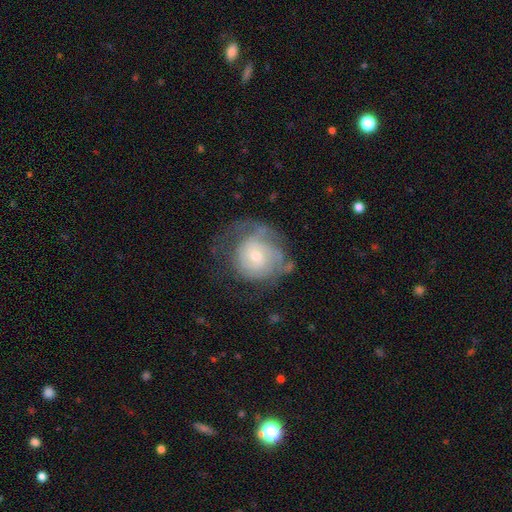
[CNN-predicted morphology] A featured or disk galaxy (69%) with no bar (71%), tight (60%) spiral arms (85%) and a small central bulge (58%).

Vote fractions:
- Smooth or featured? featured or disk: 69% / smooth: 23% / star or artifact: 7%
- Edge-on disk? no: 97% / yes: 3%
- Bar? no: 71% / weak: 25% / strong: 4%
- Spiral arms? yes: 85% / no: 15%
- Spiral winding? tight: 60% / medium: 29% / loose: 11%
- Spiral arm count? can't tell: 45% / 2: 23% / 3: 15% / 1: 8% / 4: 6% / more than 4: 4%
- Bulge size? small: 58% / moderate: 37% / large: 3% / none: 2% / dominant: 1%
- Merging? none: 47% / major disturbance: 26% / minor disturbance: 25% / merger: 3%